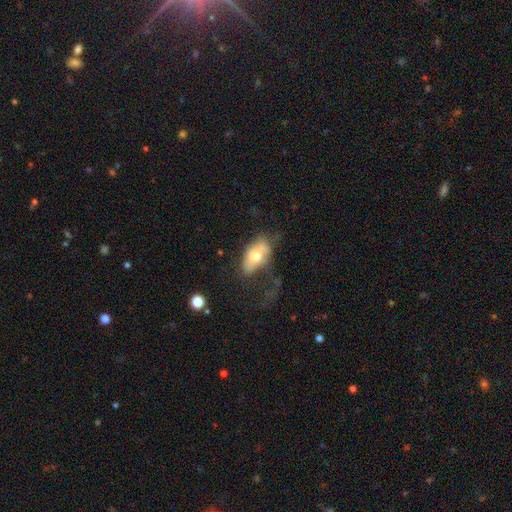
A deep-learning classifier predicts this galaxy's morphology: Overall: smooth (59%; featured or disk 33%). How rounded: in between (89%). Merging: none (34%; major disturbance 33%).